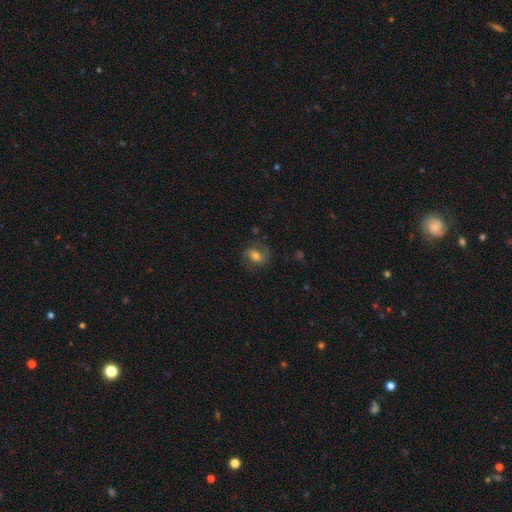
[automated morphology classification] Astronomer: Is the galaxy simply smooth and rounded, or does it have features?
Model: smooth — 49% (runner-up: featured or disk, 40%).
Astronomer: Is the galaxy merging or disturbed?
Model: none — 67%.